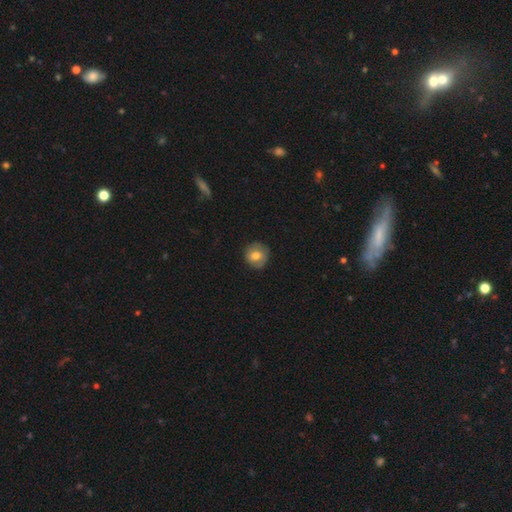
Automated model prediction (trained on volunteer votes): Overall: smooth (68%). How rounded: round (88%). Merging: none (83%).